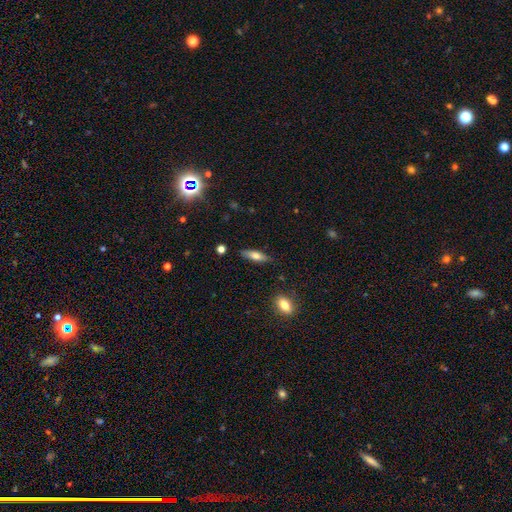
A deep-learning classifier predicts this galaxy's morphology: Smooth or featured: smooth — 66% (featured or disk — 27%)
How rounded: cigar-shaped — 53% (in between — 44%)
Merging: none — 83% (minor disturbance — 12%)